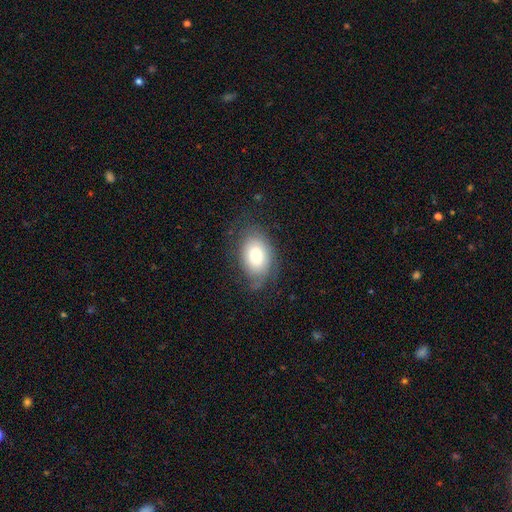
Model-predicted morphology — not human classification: Smooth or featured? smooth (67%)
How rounded? in between (85%)
Merging? none (64%)